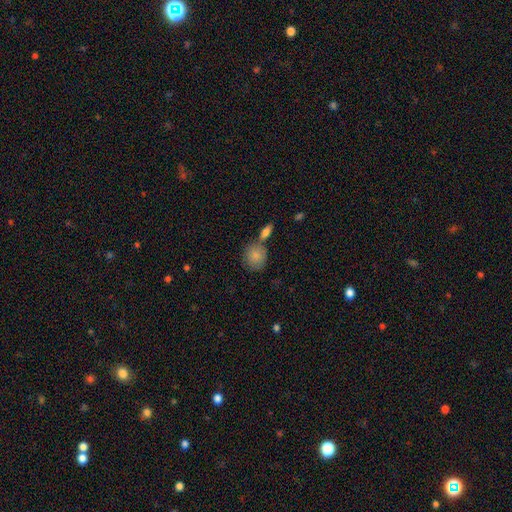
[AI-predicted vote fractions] Smooth or featured?
  - smooth: 85% *
  - featured or disk: 9%
  - star or artifact: 7%
How rounded?
  - round: 77% *
  - in between: 21%
  - cigar-shaped: 2%
Merging?
  - none: 55% *
  - merger: 27%
  - minor disturbance: 14%
  - major disturbance: 4%